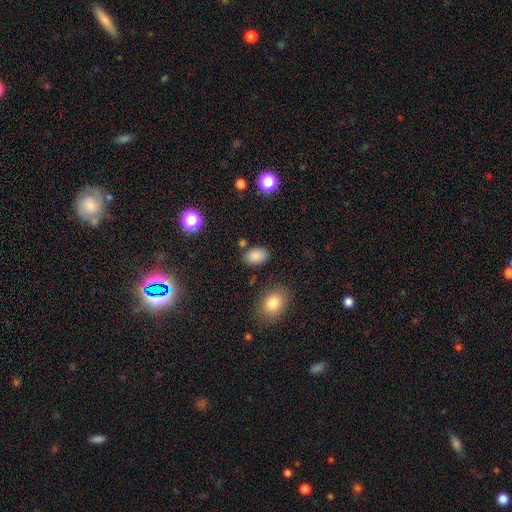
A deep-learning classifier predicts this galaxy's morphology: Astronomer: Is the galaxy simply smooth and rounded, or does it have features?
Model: smooth — 85%.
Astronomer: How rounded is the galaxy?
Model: in between — 87%.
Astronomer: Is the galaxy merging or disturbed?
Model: none — 82%.